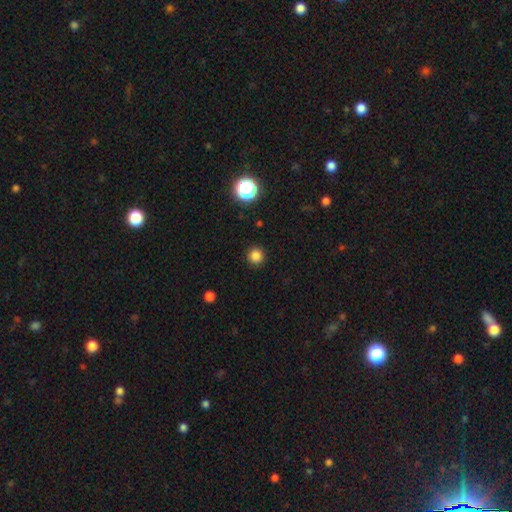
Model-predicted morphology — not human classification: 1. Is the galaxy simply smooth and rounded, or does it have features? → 83% smooth, 13% star or artifact, 3% featured or disk.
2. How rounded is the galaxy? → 94% round, 5% in between, 1% cigar-shaped.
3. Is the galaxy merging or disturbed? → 92% none, 5% minor disturbance, 2% major disturbance, 1% merger.